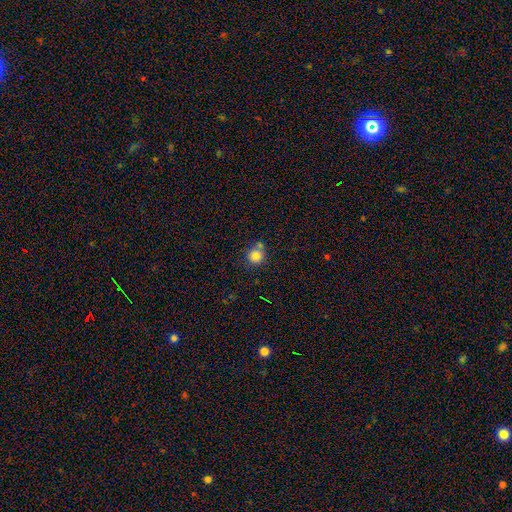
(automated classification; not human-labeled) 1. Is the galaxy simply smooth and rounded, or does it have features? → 83% smooth, 11% star or artifact, 6% featured or disk.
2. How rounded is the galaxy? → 91% round, 8% in between, 1% cigar-shaped.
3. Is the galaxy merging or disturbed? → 64% none, 20% merger, 12% minor disturbance, 4% major disturbance.